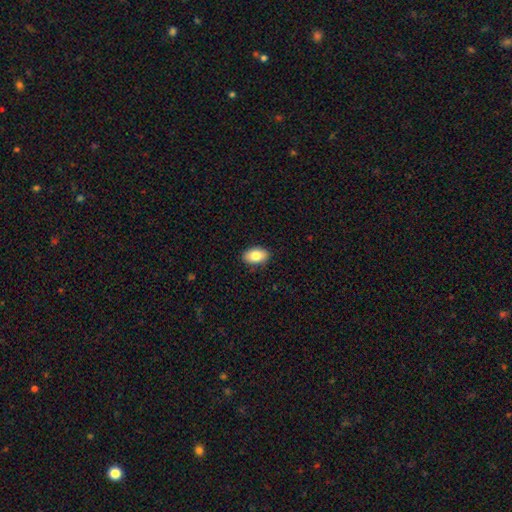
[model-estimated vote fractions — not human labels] Overall: smooth (83%). How rounded: in between (92%). Merging: none (89%).